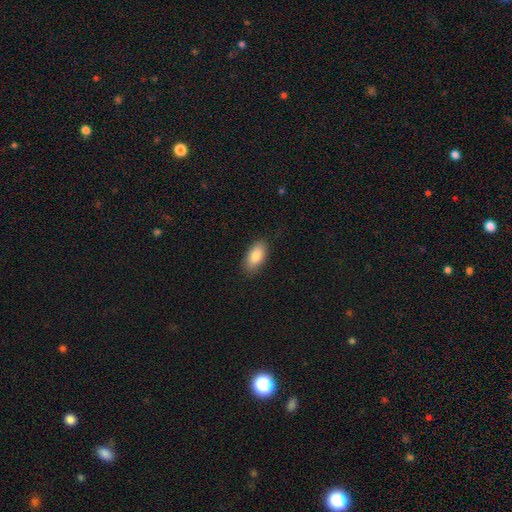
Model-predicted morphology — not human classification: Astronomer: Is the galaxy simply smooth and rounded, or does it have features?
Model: smooth — 87%.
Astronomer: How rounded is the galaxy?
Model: in between — 92%.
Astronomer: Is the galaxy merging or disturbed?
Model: none — 86%.